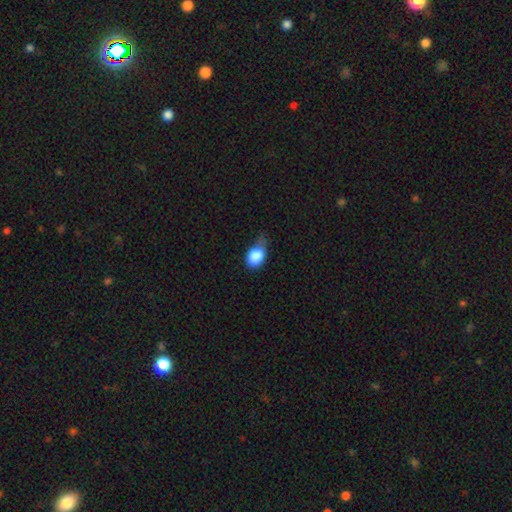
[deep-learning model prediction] Smooth or featured?
  - smooth: 86% *
  - star or artifact: 8%
  - featured or disk: 6%
How rounded?
  - in between: 77% *
  - round: 21%
  - cigar-shaped: 2%
Merging?
  - minor disturbance: 46% *
  - none: 31%
  - major disturbance: 20%
  - merger: 4%